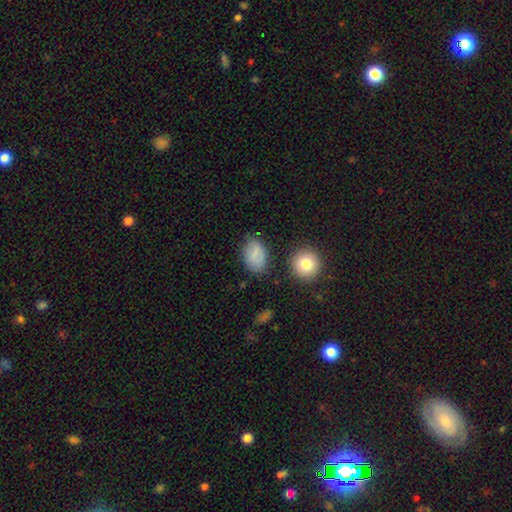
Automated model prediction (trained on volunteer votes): This is likely a smooth galaxy (79%). How rounded: clearly in between (84%). Merging: likely none (72%).